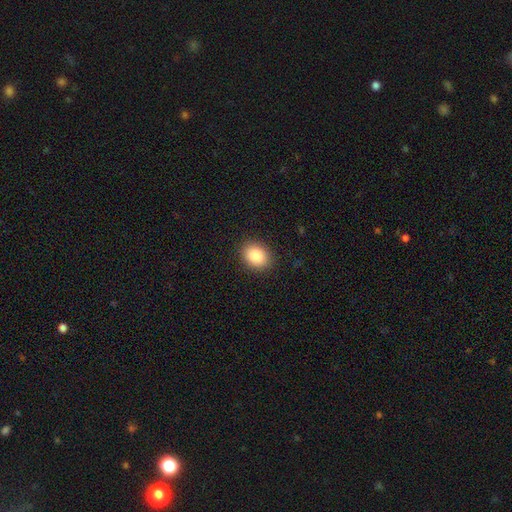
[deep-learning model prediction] This is clearly a smooth galaxy (86%). How rounded: possibly in between (56%). Merging: clearly none (89%).